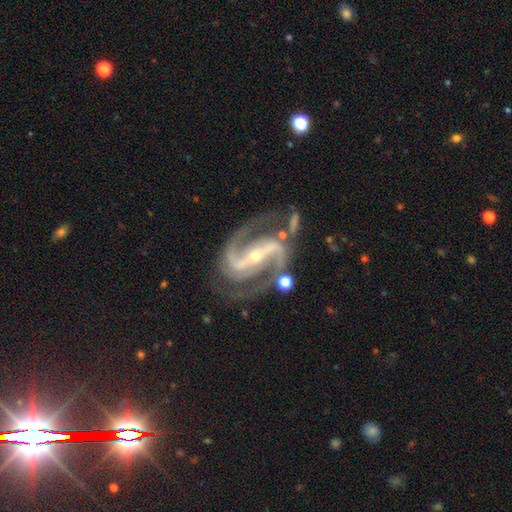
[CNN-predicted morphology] Smooth or featured?
  - featured or disk: 93% *
  - star or artifact: 5%
  - smooth: 2%
Edge-on disk?
  - no: 97% *
  - yes: 3%
Bar?
  - strong: 70% *
  - weak: 20%
  - no: 10%
Spiral arms?
  - yes: 99% *
  - no: 1%
Spiral winding?
  - medium: 61% *
  - tight: 23%
  - loose: 16%
Spiral arm count?
  - 2: 90% *
  - 3: 4%
  - can't tell: 2%
  - 4: 1%
  - 1: 1%
  - more than 4: 1%
Bulge size?
  - small: 70% *
  - moderate: 27%
  - large: 1%
  - none: 1%
  - dominant: 1%
Merging?
  - none: 67% *
  - minor disturbance: 17%
  - major disturbance: 9%
  - merger: 6%